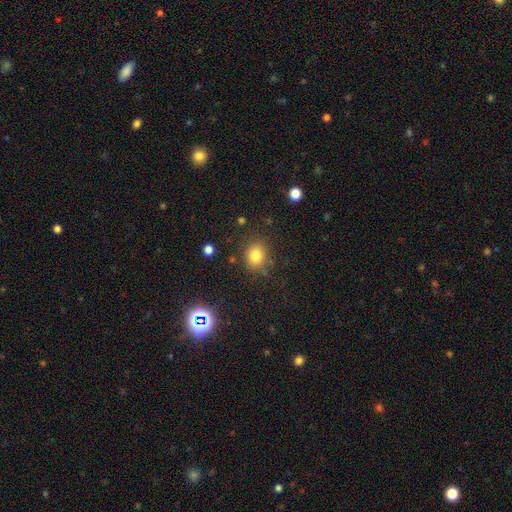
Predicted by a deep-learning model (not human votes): smooth_or_featured: smooth (p=0.80) [alt: star or artifact p=0.13]
how_rounded: round (p=0.68) [alt: in between p=0.31]
merging: none (p=0.81) [alt: minor disturbance p=0.12]